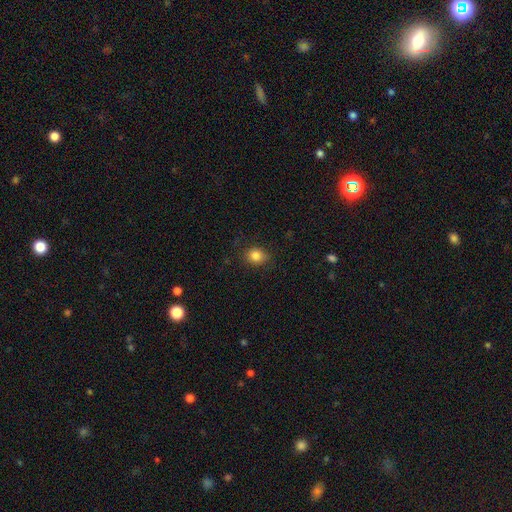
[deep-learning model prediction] This is clearly a smooth galaxy (83%). How rounded: likely round (64%). Merging: clearly none (84%).